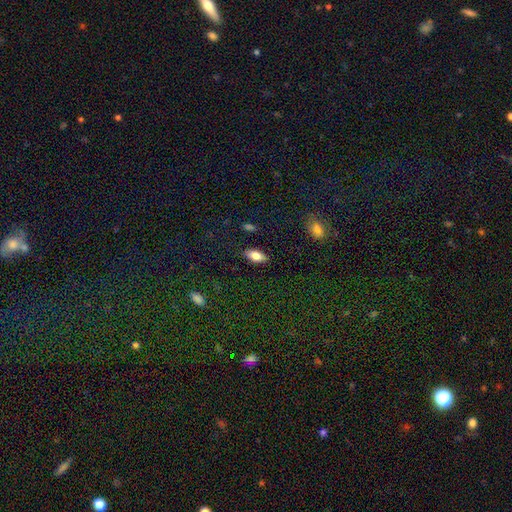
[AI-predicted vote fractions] This appears to be a smooth galaxy with no disk features (77%) that is in between round and cigar-shaped (88%). Merging: none (87%).